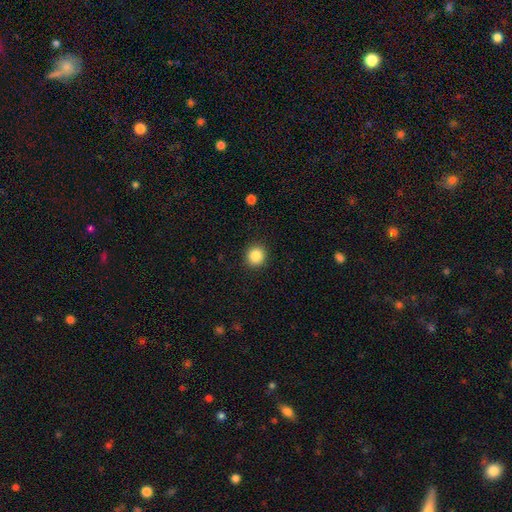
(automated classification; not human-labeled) smooth-or-featured: smooth: 86% | star or artifact: 10% | featured or disk: 5%
  how-rounded: round: 88% | in between: 11% | cigar-shaped: 1%
  merging: none: 91% | minor disturbance: 6% | major disturbance: 2% | merger: 1%